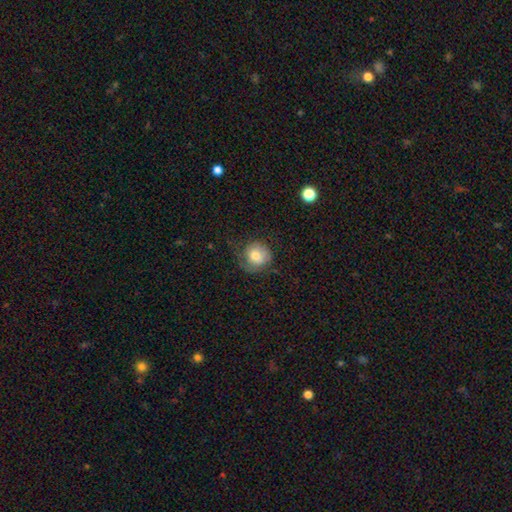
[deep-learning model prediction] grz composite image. It shows a smooth galaxy with no disk features (71%) that is round (87%). Merging: none (57%).